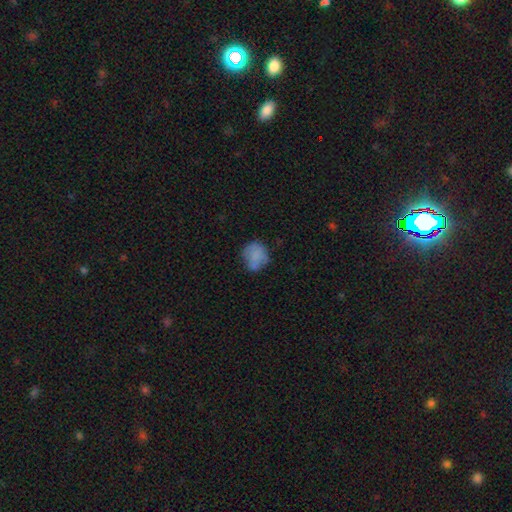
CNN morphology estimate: Overall: smooth (74%). How rounded: round (72%). Merging: none (55%; minor disturbance 28%).